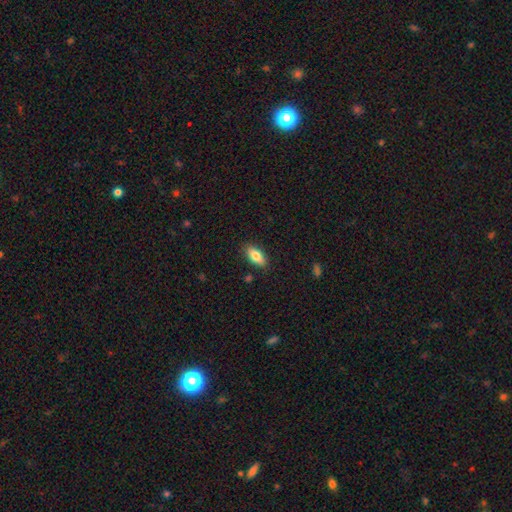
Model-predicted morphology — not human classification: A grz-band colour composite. It shows a smooth galaxy with no disk features (80%) that is in between round and cigar-shaped (88%). Merging: none (87%).